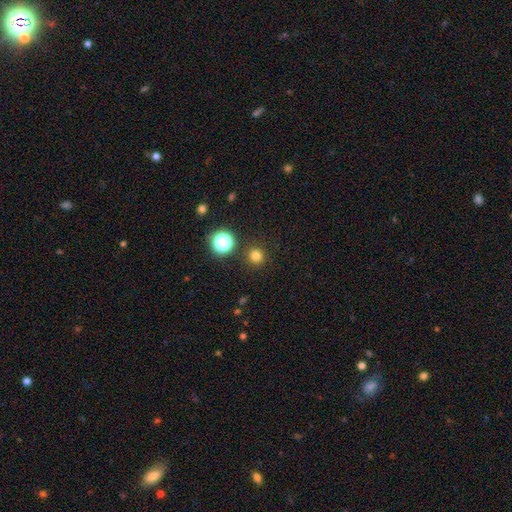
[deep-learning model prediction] Smooth or featured? Predicted: smooth (p=0.77). How rounded? Predicted: round (p=0.95). Merging? Predicted: none (p=0.91).